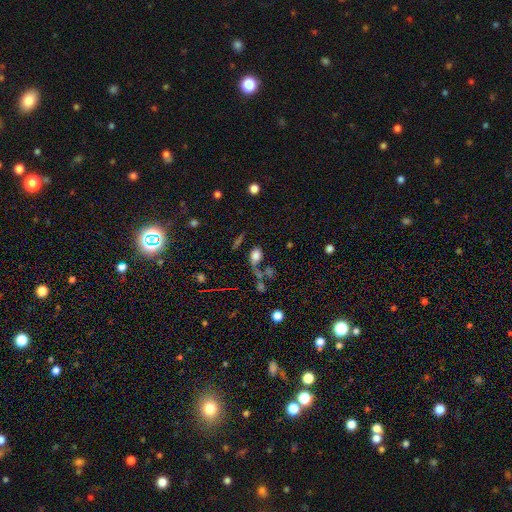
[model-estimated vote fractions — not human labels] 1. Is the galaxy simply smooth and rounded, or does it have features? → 68% smooth, 18% featured or disk, 14% star or artifact.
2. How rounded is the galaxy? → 66% in between, 29% round, 4% cigar-shaped.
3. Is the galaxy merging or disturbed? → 36% none, 25% merger, 24% major disturbance, 15% minor disturbance.